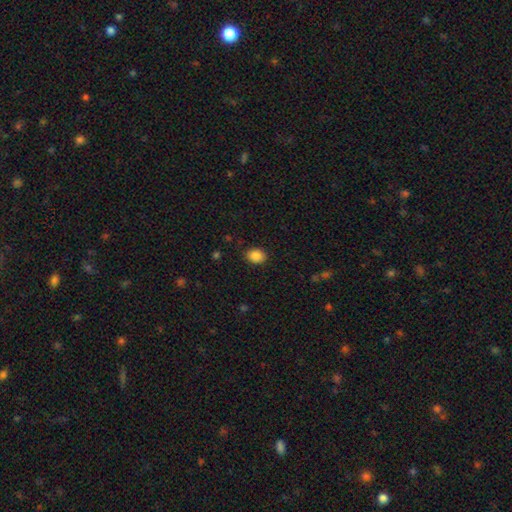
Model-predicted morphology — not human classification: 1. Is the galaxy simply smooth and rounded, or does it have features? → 87% smooth, 9% star or artifact, 4% featured or disk.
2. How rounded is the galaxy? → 61% in between, 38% round, 1% cigar-shaped.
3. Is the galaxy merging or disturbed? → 86% none, 10% minor disturbance, 2% major disturbance, 1% merger.